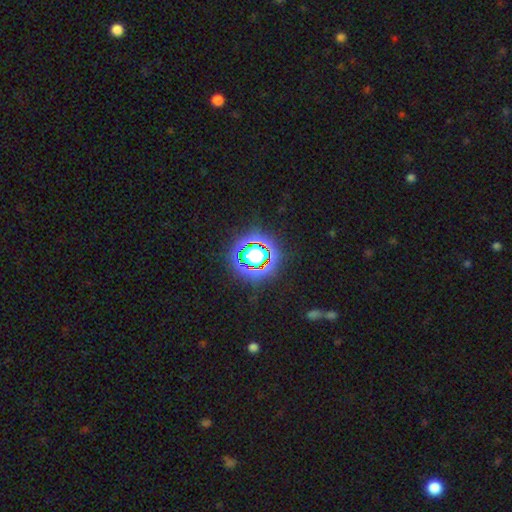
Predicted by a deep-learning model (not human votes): smooth_or_featured: star or artifact (p=0.62) [alt: smooth p=0.25]